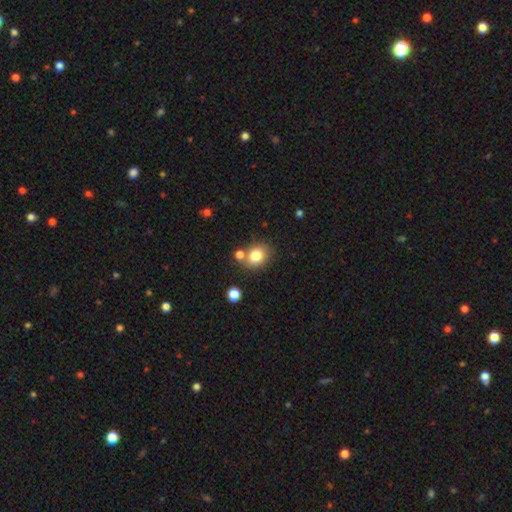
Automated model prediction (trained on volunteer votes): Q: Smooth or featured?
A: smooth (80%); runner-up: star or artifact (11%)
Q: How rounded?
A: round (62%); runner-up: in between (37%)
Q: Merging?
A: none (66%); runner-up: merger (19%)